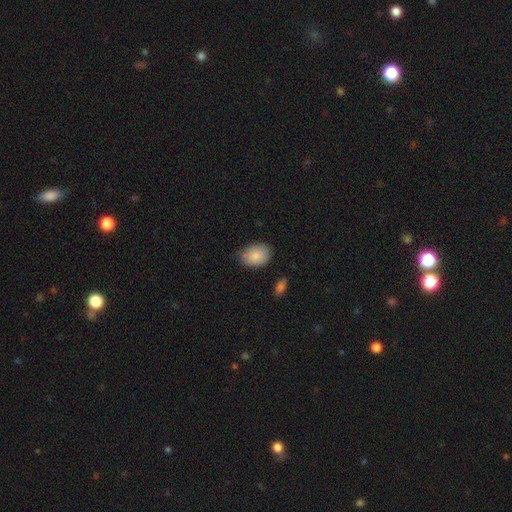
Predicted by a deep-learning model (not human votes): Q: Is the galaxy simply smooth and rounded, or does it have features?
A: smooth — 86%.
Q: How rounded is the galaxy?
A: in between — 76%.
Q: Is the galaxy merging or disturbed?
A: none — 75%.